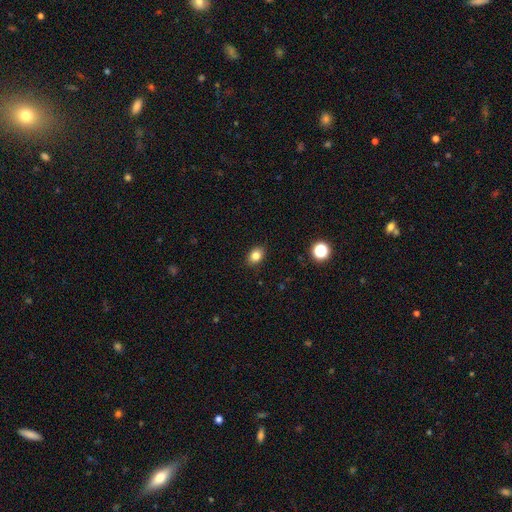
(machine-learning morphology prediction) Smooth or featured?
  - smooth: 82% *
  - star or artifact: 11%
  - featured or disk: 7%
How rounded?
  - in between: 71% *
  - round: 28%
  - cigar-shaped: 1%
Merging?
  - none: 89% *
  - minor disturbance: 8%
  - major disturbance: 2%
  - merger: 1%